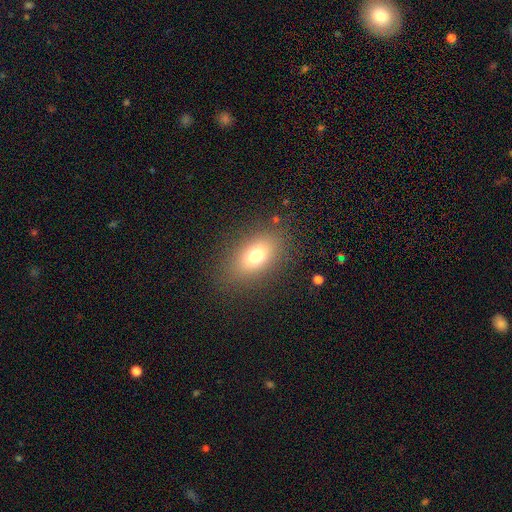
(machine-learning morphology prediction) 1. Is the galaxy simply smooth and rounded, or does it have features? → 73% smooth, 14% featured or disk, 13% star or artifact.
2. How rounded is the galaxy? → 82% in between, 14% round, 4% cigar-shaped.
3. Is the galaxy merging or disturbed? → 83% none, 10% minor disturbance, 5% major disturbance, 1% merger.